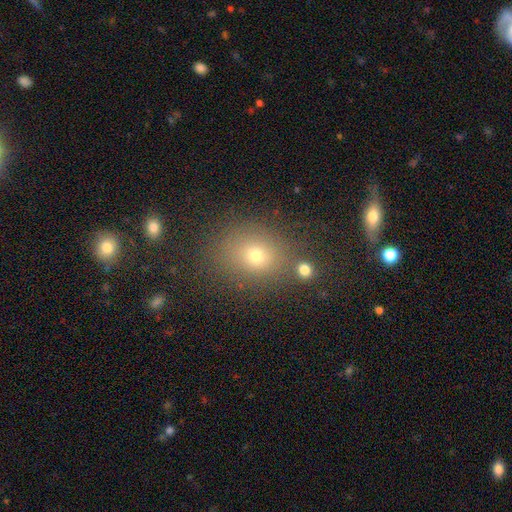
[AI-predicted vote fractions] Smooth or featured? Predicted: smooth (p=0.70). How rounded? Predicted: round (p=0.59). Merging? Predicted: none (p=0.75).